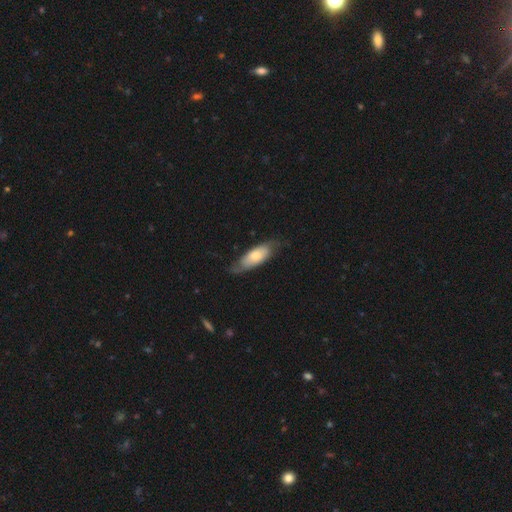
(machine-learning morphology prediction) type=smooth (59%); roundness=in between (72%); merging=none (61%).